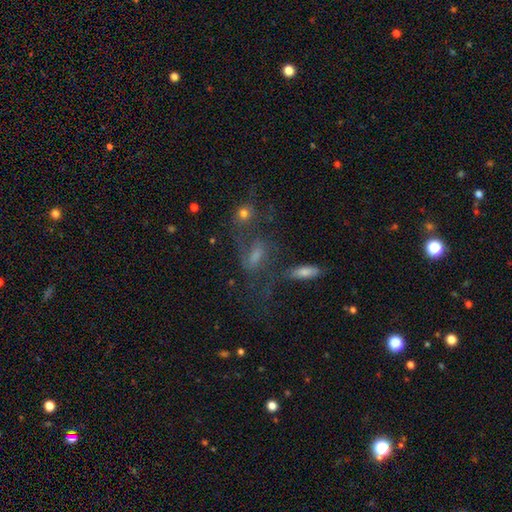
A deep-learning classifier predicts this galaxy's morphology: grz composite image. It shows a featured or disk galaxy (46%). Merging: none (42%).